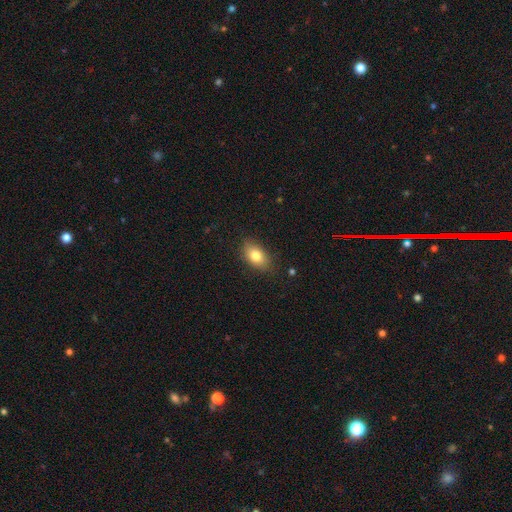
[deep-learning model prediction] smooth 80%, featured or disk 12%, star or artifact 8%. Down the decision tree: how rounded — in between (87%); merging — none (82%).